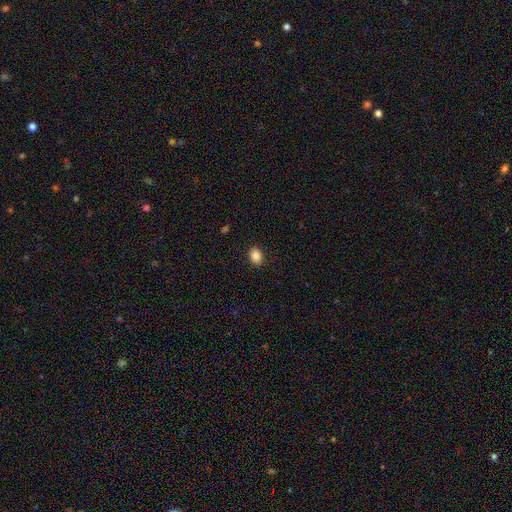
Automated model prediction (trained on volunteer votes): A smooth galaxy with no disk features (86%) that is in between round and cigar-shaped (67%).

Vote fractions:
- Smooth or featured? smooth: 86% / star or artifact: 9% / featured or disk: 5%
- How rounded? in between: 67% / round: 32% / cigar-shaped: 1%
- Merging? none: 90% / minor disturbance: 7% / major disturbance: 2% / merger: 1%